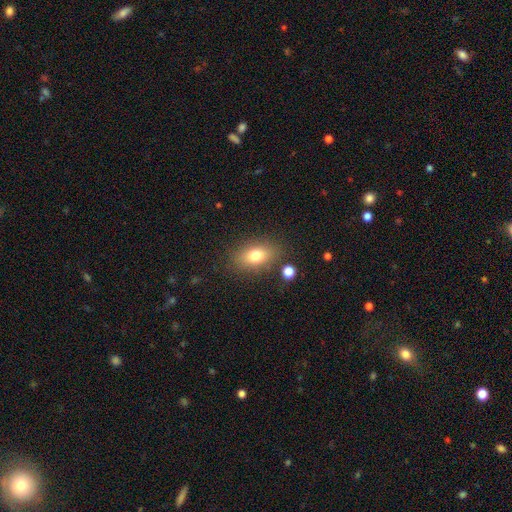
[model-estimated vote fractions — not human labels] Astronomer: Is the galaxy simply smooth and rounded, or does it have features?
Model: smooth — 76%.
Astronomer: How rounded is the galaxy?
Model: in between — 81%.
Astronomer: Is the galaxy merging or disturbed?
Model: none — 80%.